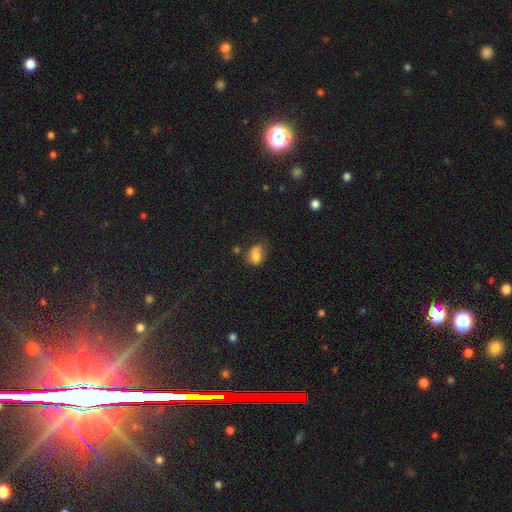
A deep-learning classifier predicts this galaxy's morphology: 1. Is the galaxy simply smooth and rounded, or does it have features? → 70% smooth, 18% featured or disk, 12% star or artifact.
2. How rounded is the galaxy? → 62% in between, 37% round, 1% cigar-shaped.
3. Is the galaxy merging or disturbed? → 33% none, 28% minor disturbance, 24% merger, 15% major disturbance.